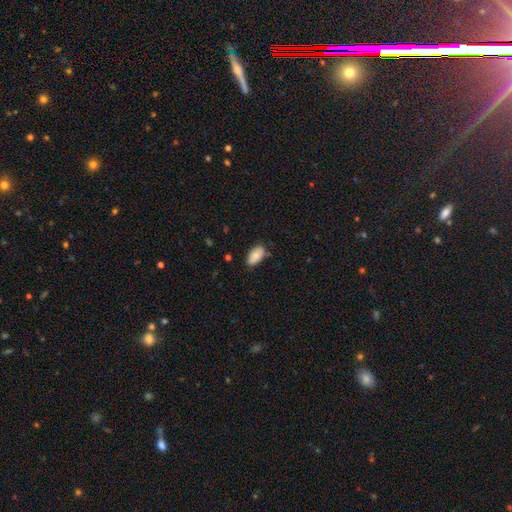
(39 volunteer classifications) Smooth or featured: smooth — 77% (featured or disk — 13%)
How rounded: in between — 100%
Merging: none — 63% (minor disturbance — 31%)